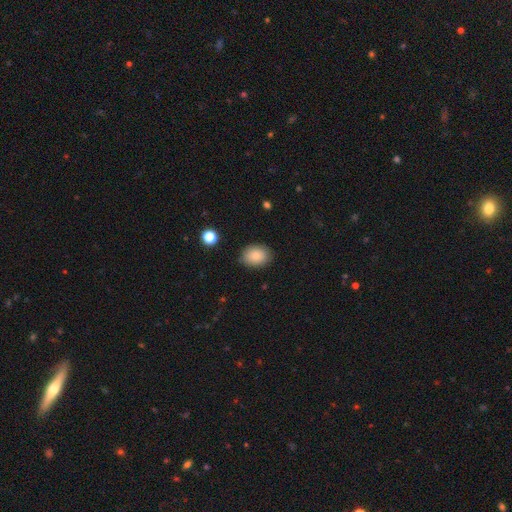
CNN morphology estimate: smooth 85%, star or artifact 8%, featured or disk 7%. Down the decision tree: how rounded — in between (65%); merging — none (84%).